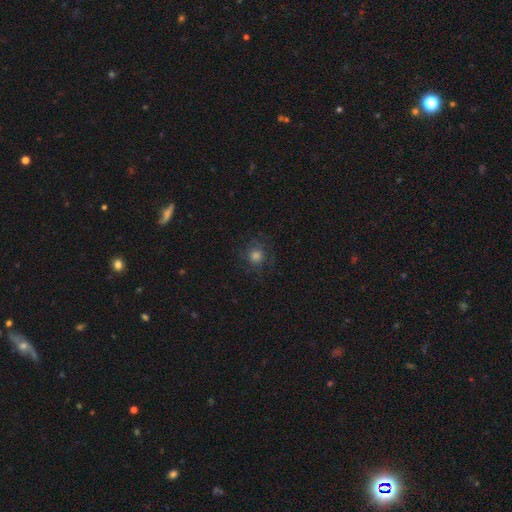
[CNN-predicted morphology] This appears to be a smooth galaxy with no disk features (65%) that is round (89%). Merging: none (77%).